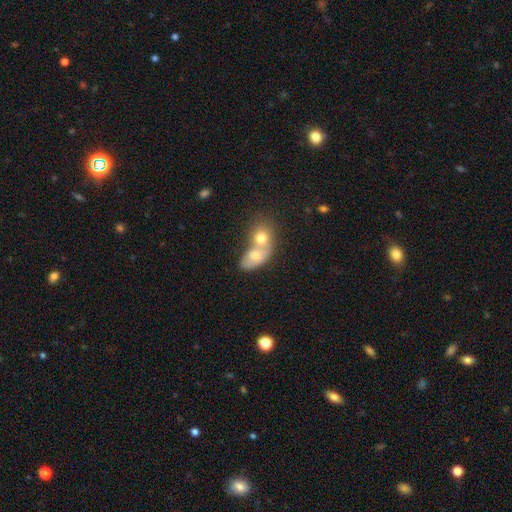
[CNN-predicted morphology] The model was most divided on "smooth or featured": smooth: 67%, featured or disk: 24%, star or artifact: 9%. More confident: merging — merger (73%); how rounded — in between (72%).